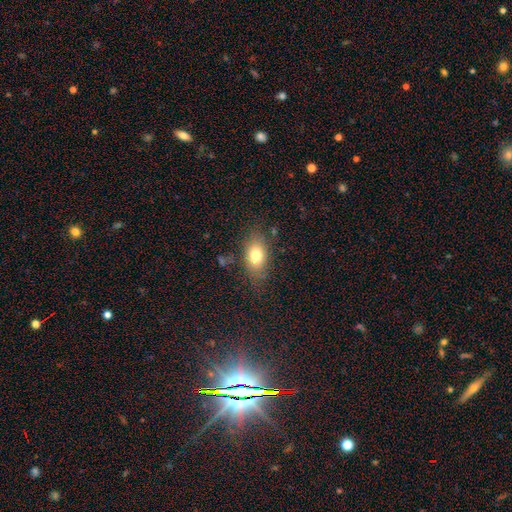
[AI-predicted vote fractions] A smooth galaxy with no disk features (75%) that is in between round and cigar-shaped (82%). Merging: none (77%).